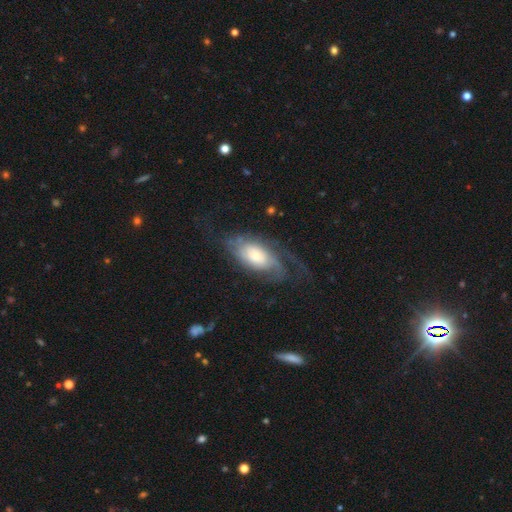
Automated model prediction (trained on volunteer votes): Smooth or featured? featured or disk (67%)
Edge-on disk? no (92%)
Bar? no (72%)
Spiral arms? yes (86%)
Spiral winding? medium (38%)
Spiral arm count? can't tell (38%)
Bulge size? moderate (41%)
Merging? none (48%)